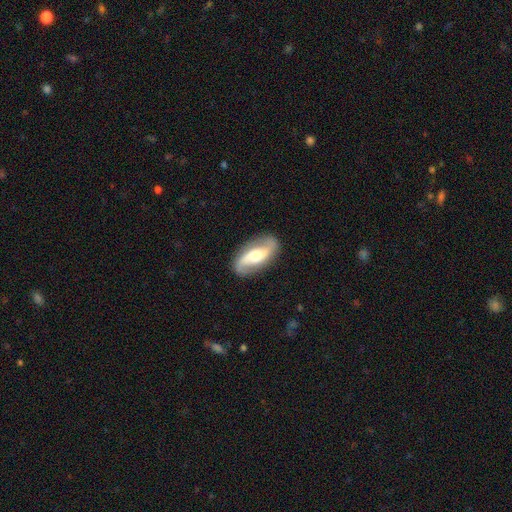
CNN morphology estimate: Q: Smooth or featured?
A: featured or disk (78%); runner-up: smooth (17%)
Q: Edge-on disk?
A: no (92%); runner-up: yes (8%)
Q: Bar?
A: no (36%); runner-up: weak (35%)
Q: Spiral arms?
A: yes (92%); runner-up: no (8%)
Q: Spiral winding?
A: loose (62%); runner-up: medium (28%)
Q: Spiral arm count?
A: 2 (93%); runner-up: can't tell (2%)
Q: Bulge size?
A: moderate (61%); runner-up: large (18%)
Q: Merging?
A: none (85%); runner-up: minor disturbance (10%)